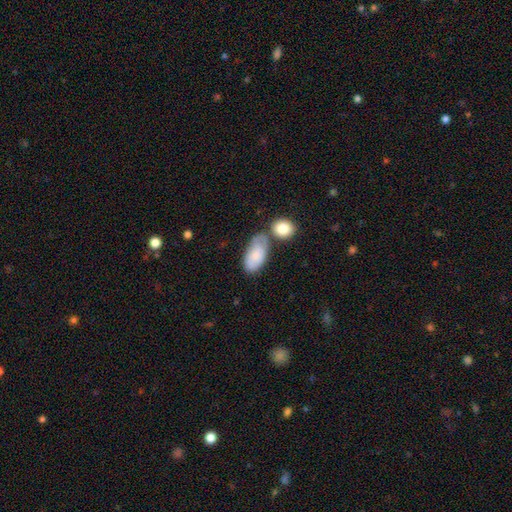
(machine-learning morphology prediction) This is likely a smooth galaxy (74%). How rounded: clearly in between (93%). Merging: marginally none (44%).